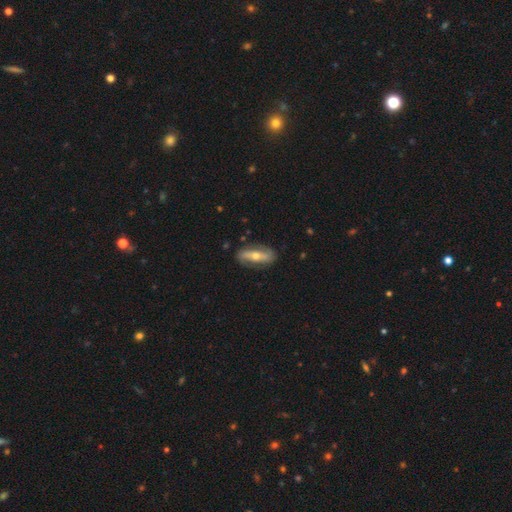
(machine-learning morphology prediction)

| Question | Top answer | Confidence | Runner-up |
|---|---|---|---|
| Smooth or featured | featured or disk | 65% | smooth (29%) |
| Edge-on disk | no | 71% | yes (29%) |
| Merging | none | 82% | minor disturbance (13%) |